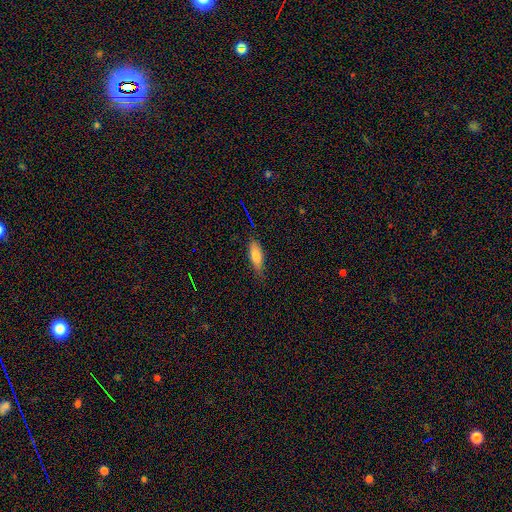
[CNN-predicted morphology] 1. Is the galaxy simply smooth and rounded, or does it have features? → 76% smooth, 16% featured or disk, 8% star or artifact.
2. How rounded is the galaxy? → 66% in between, 32% cigar-shaped, 2% round.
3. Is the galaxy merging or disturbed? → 75% none, 20% minor disturbance, 4% major disturbance, 1% merger.